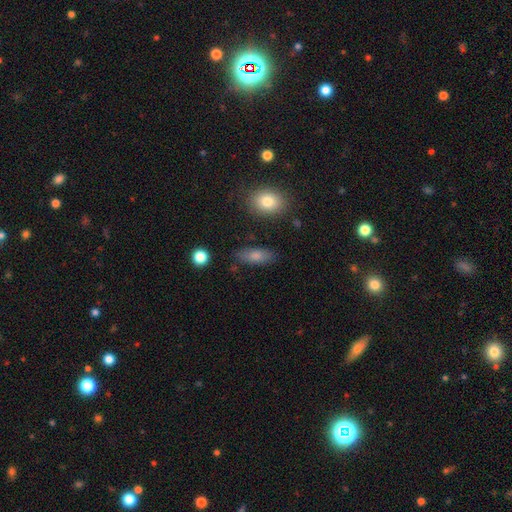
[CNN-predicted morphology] This appears to be a smooth galaxy with no disk features (79%) that is in between round and cigar-shaped (79%). Merging: none (81%).